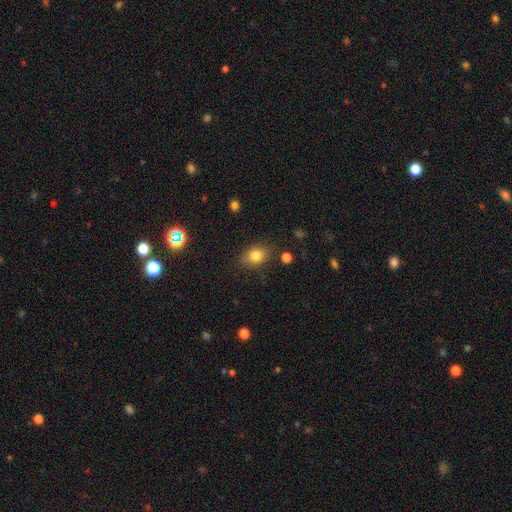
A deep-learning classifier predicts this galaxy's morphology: The model was most divided on "how rounded": in between: 62%, round: 36%, cigar-shaped: 2%. More confident: merging — none (82%); smooth or featured — smooth (80%).